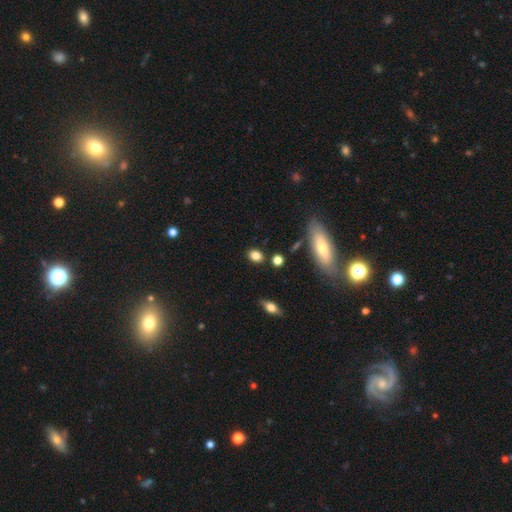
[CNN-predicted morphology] Smooth or featured?
  - smooth: 82% *
  - star or artifact: 11%
  - featured or disk: 7%
How rounded?
  - in between: 52% *
  - round: 45%
  - cigar-shaped: 3%
Merging?
  - none: 82% *
  - minor disturbance: 11%
  - merger: 4%
  - major disturbance: 3%